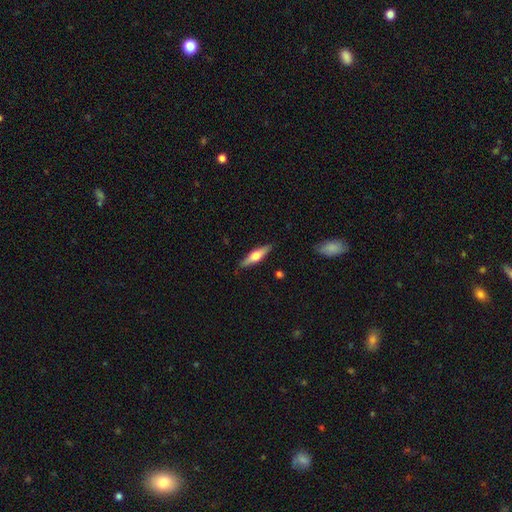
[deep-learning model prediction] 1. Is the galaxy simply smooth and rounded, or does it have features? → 52% featured or disk, 43% smooth, 5% star or artifact.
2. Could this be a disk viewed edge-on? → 94% yes, 6% no.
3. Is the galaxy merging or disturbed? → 88% none, 9% minor disturbance, 2% major disturbance, 1% merger.